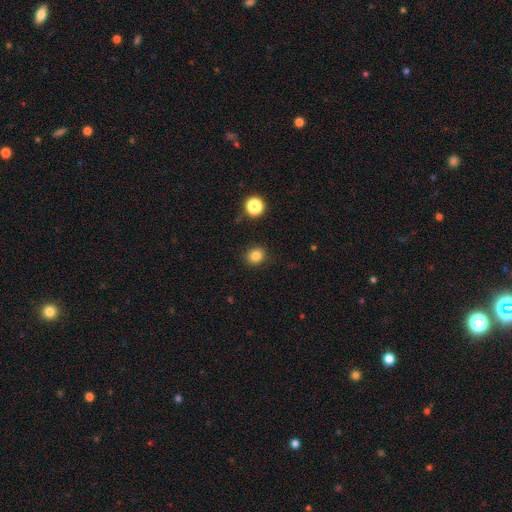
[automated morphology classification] smooth_or_featured: smooth (p=0.83) [alt: star or artifact p=0.12]
how_rounded: round (p=0.81) [alt: in between p=0.19]
merging: none (p=0.89) [alt: minor disturbance p=0.07]